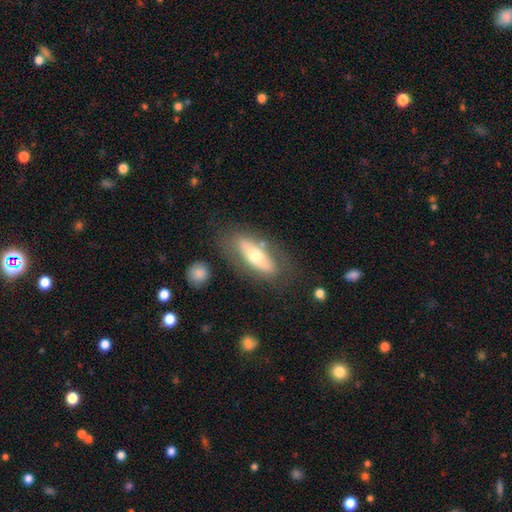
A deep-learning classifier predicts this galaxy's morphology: Q: Smooth or featured?
A: featured or disk (49%); runner-up: smooth (45%)
Q: Merging?
A: none (71%); runner-up: minor disturbance (16%)